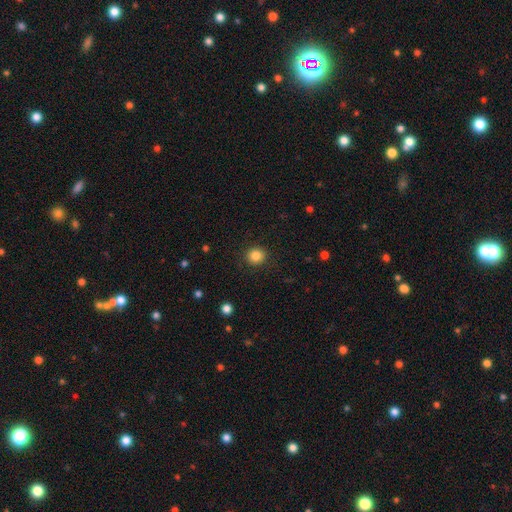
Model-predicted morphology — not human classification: type=smooth (85%); roundness=round (90%); merging=none (90%).